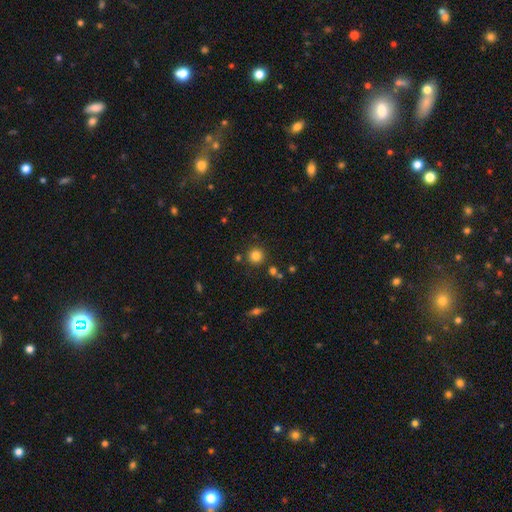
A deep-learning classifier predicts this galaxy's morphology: Smooth or featured?
  - smooth: 82% *
  - star or artifact: 13%
  - featured or disk: 6%
How rounded?
  - round: 94% *
  - in between: 5%
  - cigar-shaped: 1%
Merging?
  - none: 84% *
  - minor disturbance: 7%
  - merger: 6%
  - major disturbance: 3%